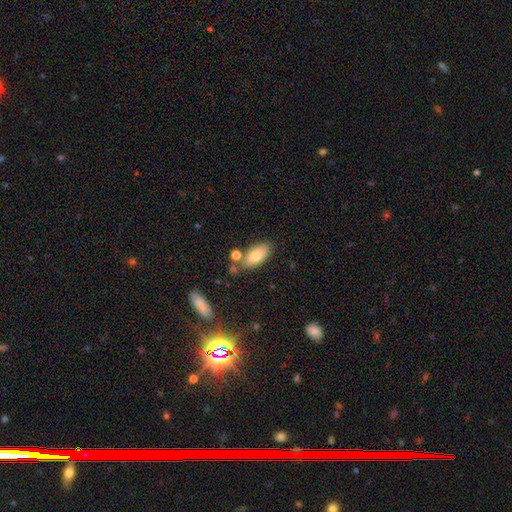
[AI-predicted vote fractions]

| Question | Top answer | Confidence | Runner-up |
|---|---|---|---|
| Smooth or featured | smooth | 79% | featured or disk (14%) |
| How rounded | in between | 88% | cigar-shaped (9%) |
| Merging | none | 71% | minor disturbance (14%) |